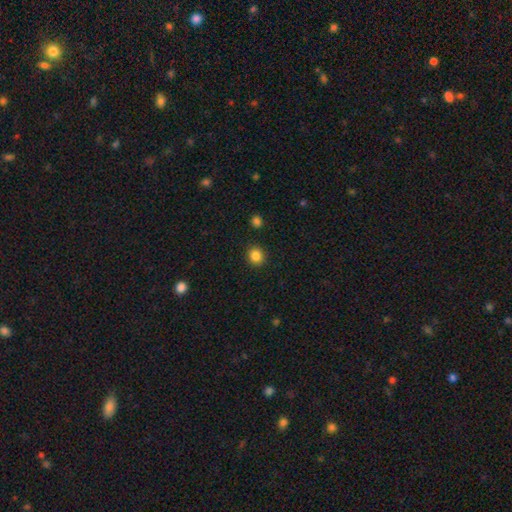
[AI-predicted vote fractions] This appears to be a smooth galaxy with no disk features (85%) that is round (85%). Merging: none (91%).